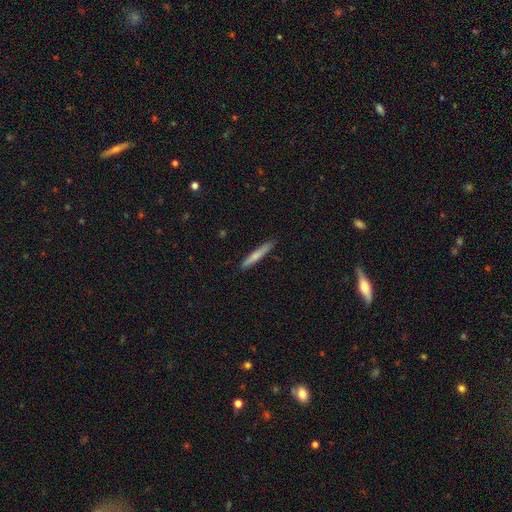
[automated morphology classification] Smooth or featured? Predicted: smooth (p=0.64). How rounded? Predicted: cigar-shaped (p=0.95). Merging? Predicted: none (p=0.89).